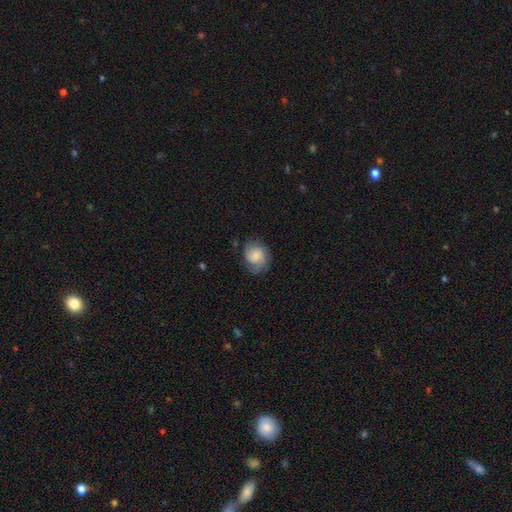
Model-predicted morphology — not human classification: Smooth or featured? smooth (56%)
How rounded? round (66%)
Merging? none (65%)